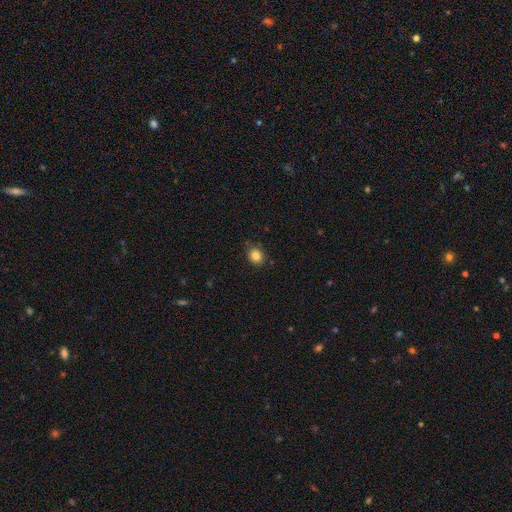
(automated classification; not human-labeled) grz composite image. It shows a smooth galaxy with no disk features (85%) that is round (69%). Merging: none (84%).